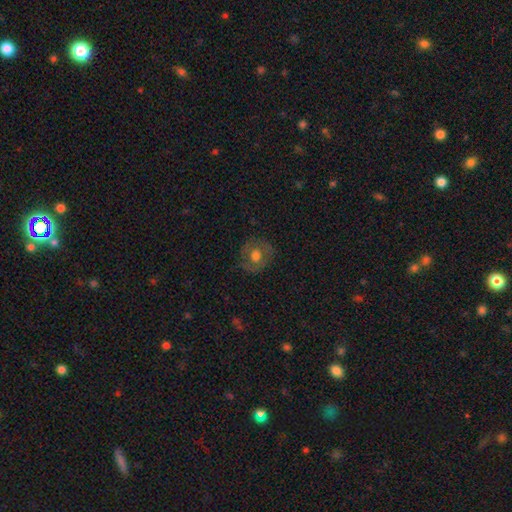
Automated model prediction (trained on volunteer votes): Smooth or featured?
  - smooth: 53% *
  - featured or disk: 38%
  - star or artifact: 9%
How rounded?
  - round: 81% *
  - in between: 18%
  - cigar-shaped: 1%
Merging?
  - none: 78% *
  - minor disturbance: 15%
  - major disturbance: 6%
  - merger: 1%